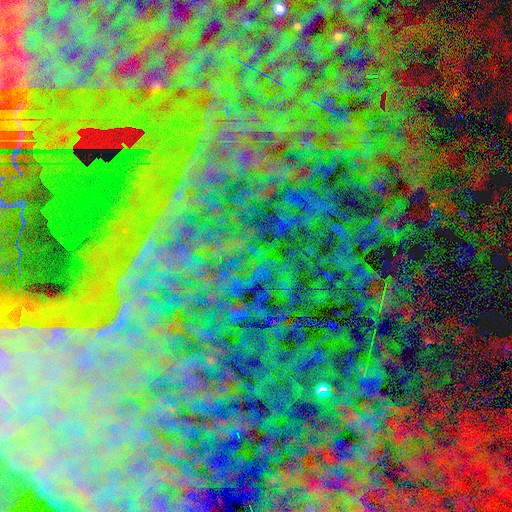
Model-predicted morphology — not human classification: smooth_or_featured: star or artifact (p=0.86) [alt: featured or disk p=0.07]